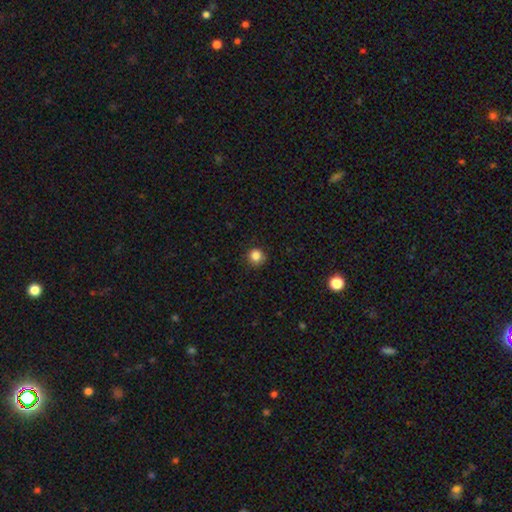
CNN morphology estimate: smooth-or-featured: smooth: 84% | star or artifact: 12% | featured or disk: 4%
  how-rounded: round: 94% | in between: 5% | cigar-shaped: 1%
  merging: none: 88% | minor disturbance: 9% | major disturbance: 2% | merger: 1%